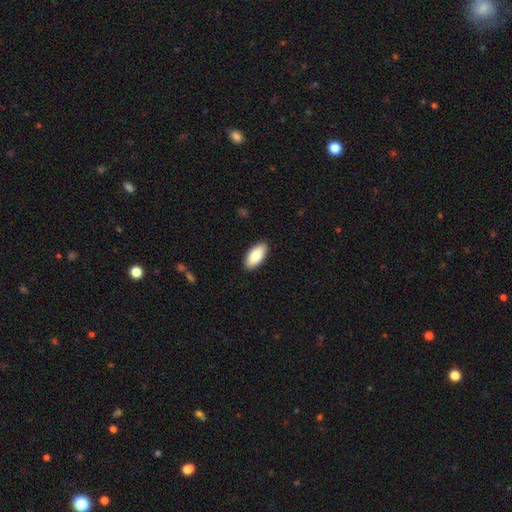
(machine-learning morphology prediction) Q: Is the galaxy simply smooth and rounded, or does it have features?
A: smooth — 85%.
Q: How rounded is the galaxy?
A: in between — 91%.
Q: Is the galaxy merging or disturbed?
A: none — 90%.